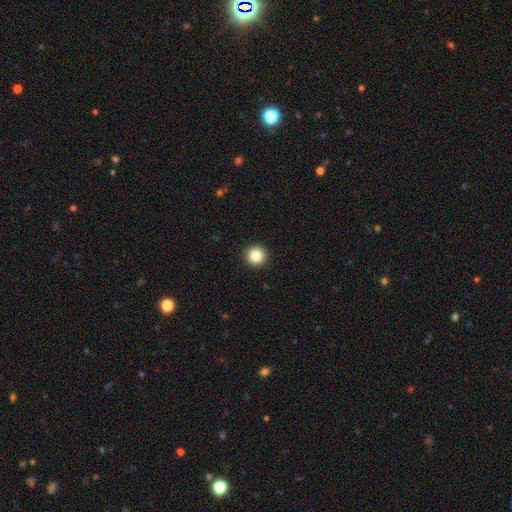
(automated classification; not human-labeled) Smooth or featured? smooth (86%)
How rounded? round (96%)
Merging? none (93%)